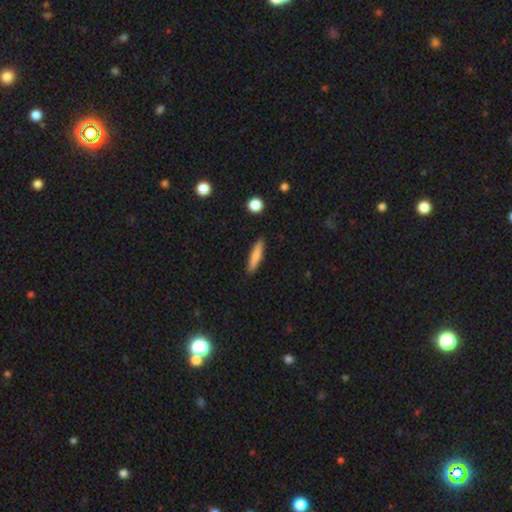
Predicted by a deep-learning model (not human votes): smooth 76%, featured or disk 17%, star or artifact 6%. Down the decision tree: how rounded — cigar-shaped (87%); merging — none (90%).